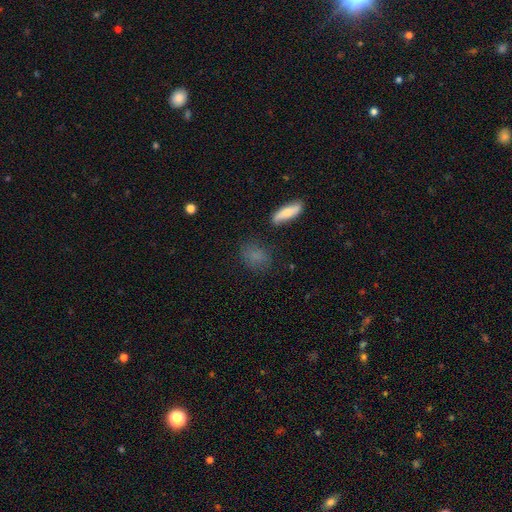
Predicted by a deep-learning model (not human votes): Smooth or featured?
  - smooth: 78% *
  - star or artifact: 12%
  - featured or disk: 10%
How rounded?
  - in between: 60% *
  - round: 34%
  - cigar-shaped: 6%
Merging?
  - none: 72% *
  - minor disturbance: 18%
  - major disturbance: 6%
  - merger: 4%